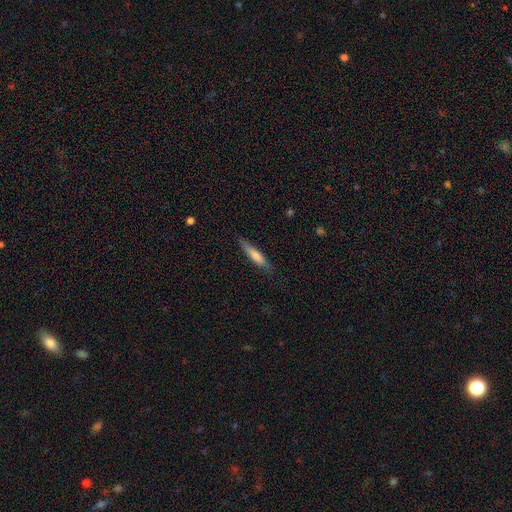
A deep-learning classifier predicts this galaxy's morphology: This appears to be a smooth galaxy with no disk features (72%) that is cigar-shaped (85%). Merging: none (80%).